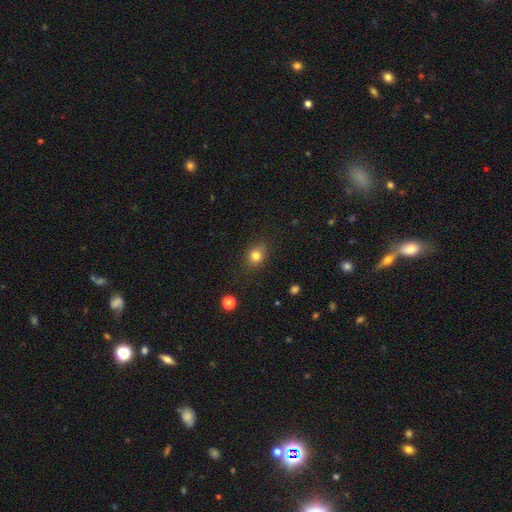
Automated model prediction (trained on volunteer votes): The model was most divided on "how rounded": round: 55%, in between: 44%, cigar-shaped: 1%. More confident: merging — none (82%); smooth or featured — smooth (79%).